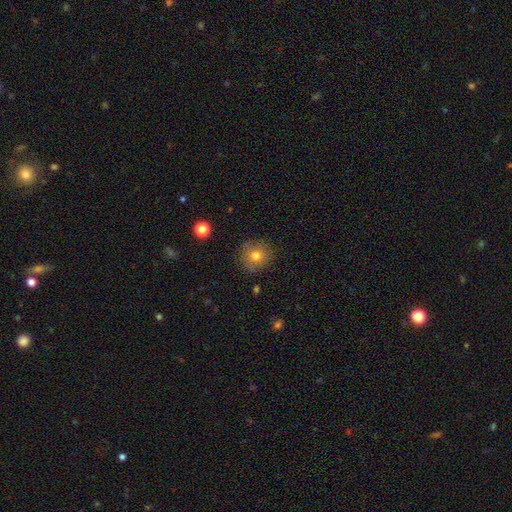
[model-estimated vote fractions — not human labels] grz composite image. It shows a smooth galaxy with no disk features (76%) that is round (92%). Merging: none (83%).